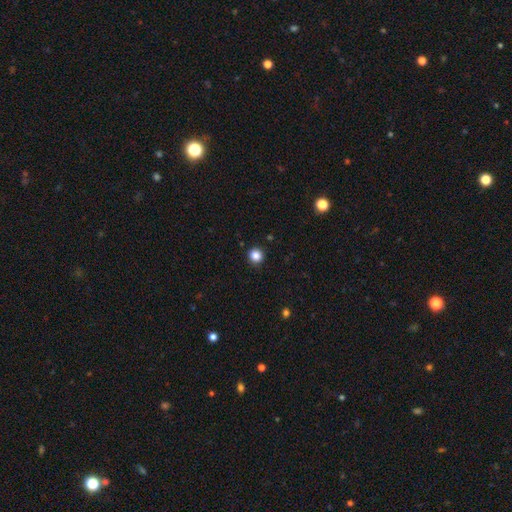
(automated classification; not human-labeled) smooth-or-featured: smooth: 85% | star or artifact: 12% | featured or disk: 4%
  how-rounded: round: 93% | in between: 6% | cigar-shaped: 1%
  merging: none: 92% | minor disturbance: 5% | major disturbance: 2% | merger: 1%